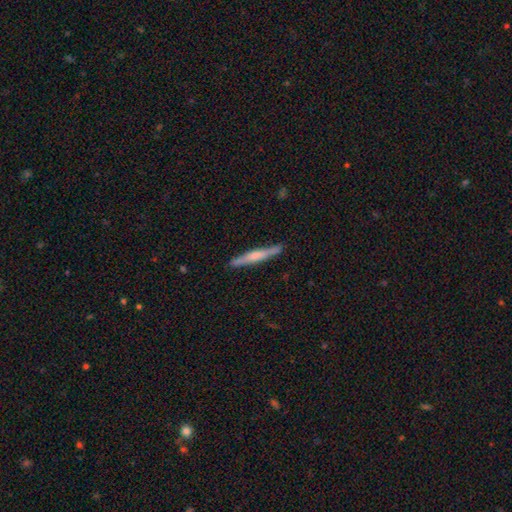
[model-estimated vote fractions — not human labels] Smooth or featured: featured or disk — 48% (smooth — 46%)
Merging: none — 88% (minor disturbance — 9%)